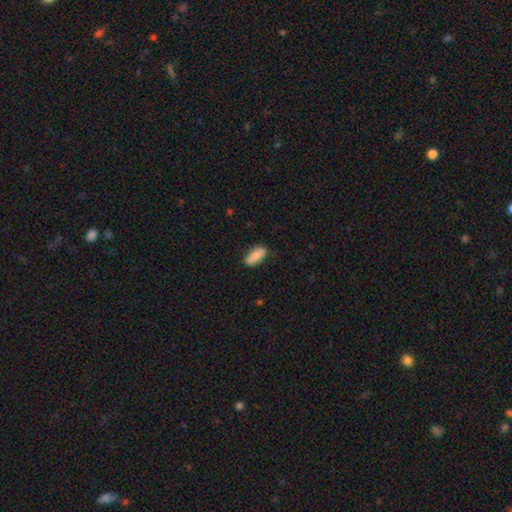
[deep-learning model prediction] Smooth or featured? smooth (88%)
How rounded? in between (79%)
Merging? none (83%)